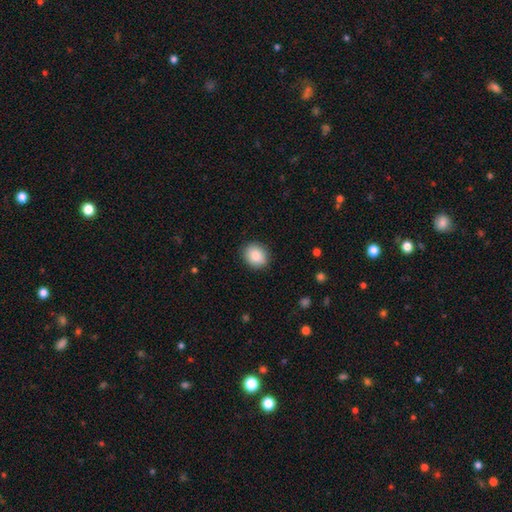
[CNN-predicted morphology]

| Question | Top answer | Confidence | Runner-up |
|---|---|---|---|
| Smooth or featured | smooth | 87% | star or artifact (8%) |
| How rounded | round | 64% | in between (35%) |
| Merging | none | 89% | minor disturbance (8%) |